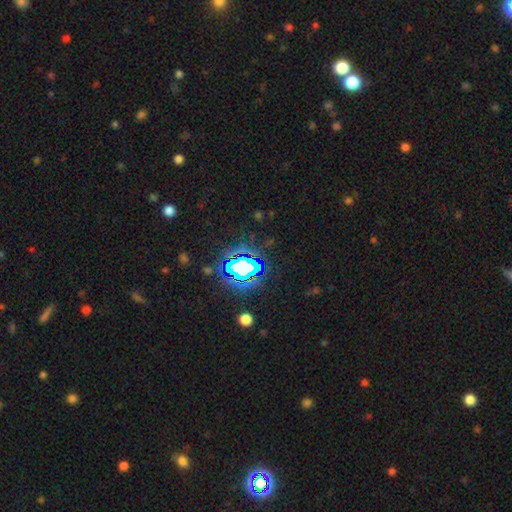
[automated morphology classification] A star or artifact, not a galaxy (76%).